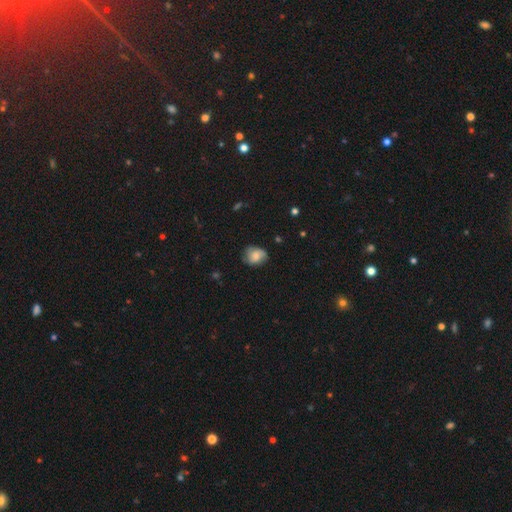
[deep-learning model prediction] smooth-or-featured: smooth: 66% | featured or disk: 25% | star or artifact: 9%
  how-rounded: round: 57% | in between: 42% | cigar-shaped: 1%
  merging: none: 64% | minor disturbance: 28% | major disturbance: 7% | merger: 1%